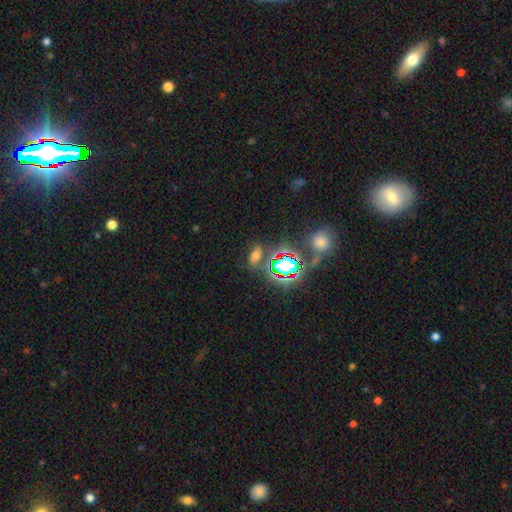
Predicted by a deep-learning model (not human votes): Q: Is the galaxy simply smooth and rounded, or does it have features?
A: smooth — 45%.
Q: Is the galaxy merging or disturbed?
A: none — 71%.